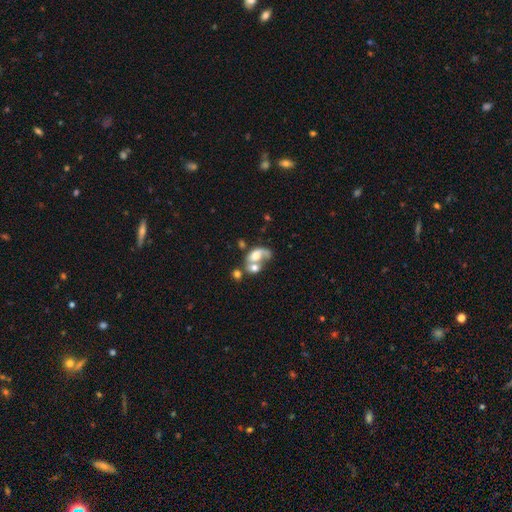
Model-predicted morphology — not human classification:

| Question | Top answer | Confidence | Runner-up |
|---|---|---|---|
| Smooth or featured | featured or disk | 49% | smooth (41%) |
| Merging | merger | 57% | major disturbance (20%) |